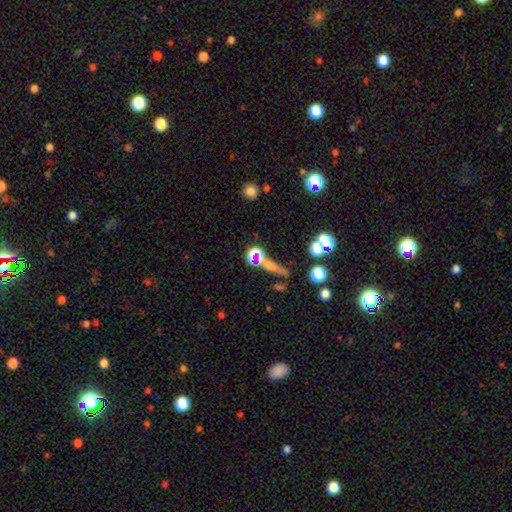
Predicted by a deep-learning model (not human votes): Smooth or featured: smooth — 46% (star or artifact — 31%)
Merging: none — 57% (merger — 21%)